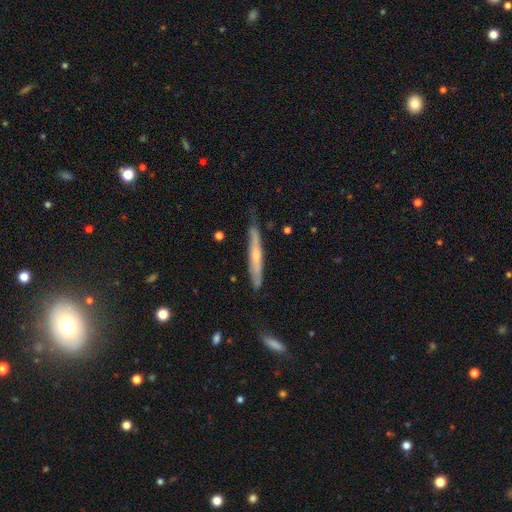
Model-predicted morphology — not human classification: Smooth or featured? featured or disk (57%)
Edge-on disk? yes (89%)
Edge-on bulge? rounded (60%)
Merging? none (73%)